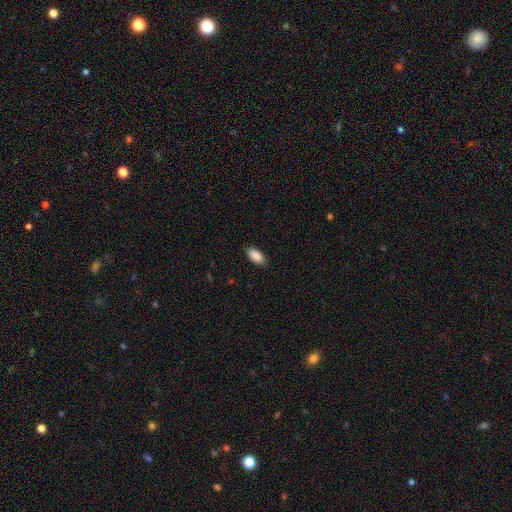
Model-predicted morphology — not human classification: A smooth galaxy with no disk features (90%) that is in between round and cigar-shaped (93%).

Vote fractions:
- Smooth or featured? smooth: 90% / star or artifact: 6% / featured or disk: 3%
- How rounded? in between: 93% / cigar-shaped: 5% / round: 2%
- Merging? none: 86% / minor disturbance: 11% / major disturbance: 2% / merger: 1%